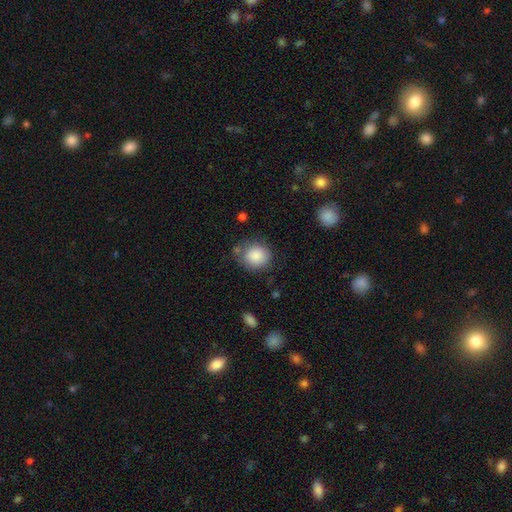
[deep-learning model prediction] Q: Smooth or featured?
A: smooth (87%); runner-up: star or artifact (8%)
Q: How rounded?
A: round (81%); runner-up: in between (18%)
Q: Merging?
A: none (71%); runner-up: minor disturbance (17%)